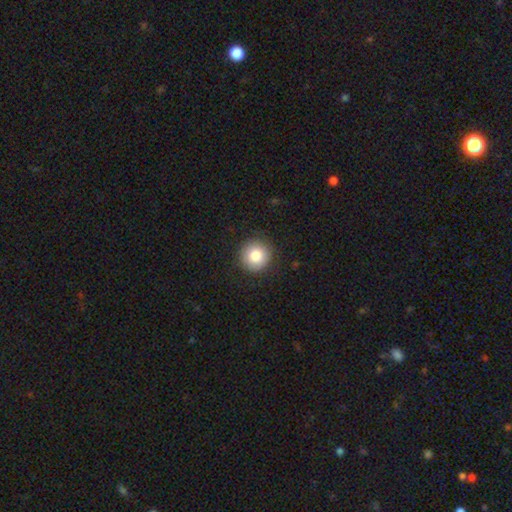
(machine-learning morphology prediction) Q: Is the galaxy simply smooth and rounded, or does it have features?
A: smooth — 83%.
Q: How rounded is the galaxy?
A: round — 94%.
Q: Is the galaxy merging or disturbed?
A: none — 90%.